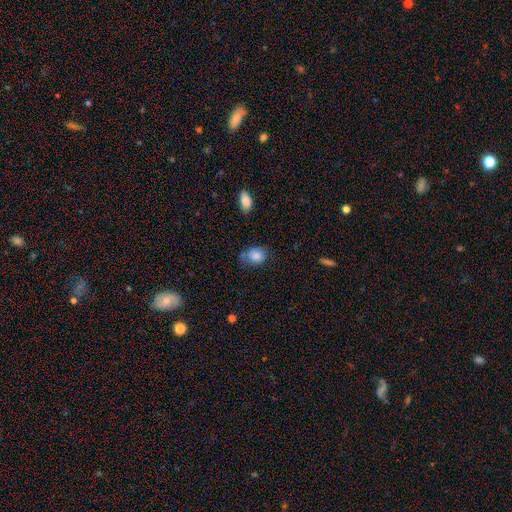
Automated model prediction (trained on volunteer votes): Overall: smooth (81%). How rounded: in between (57%; round 41%). Merging: none (57%; minor disturbance 29%).